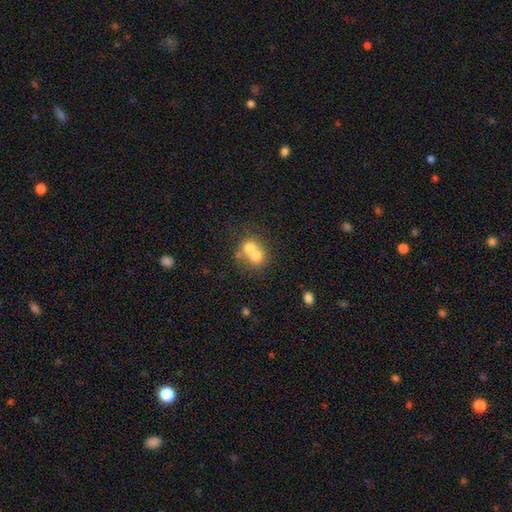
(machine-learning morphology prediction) The model was most divided on "merging": merger: 66%, none: 26%, minor disturbance: 5%, major disturbance: 3%. More confident: how rounded — round (78%); smooth or featured — smooth (67%).